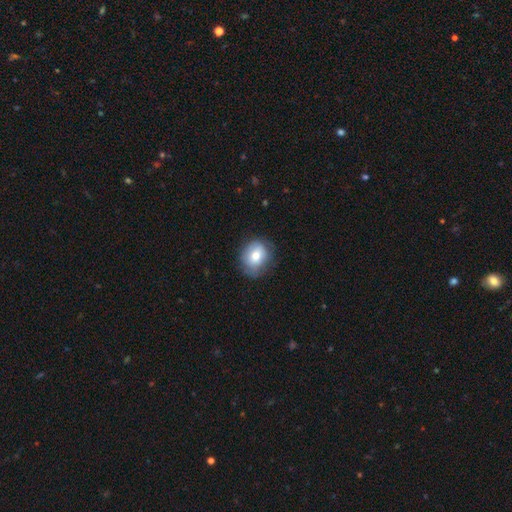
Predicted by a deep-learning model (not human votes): A smooth galaxy with no disk features (74%) that is round (59%).

Vote fractions:
- Smooth or featured? smooth: 74% / featured or disk: 17% / star or artifact: 9%
- How rounded? round: 59% / in between: 40% / cigar-shaped: 1%
- Merging? none: 75% / minor disturbance: 19% / major disturbance: 5% / merger: 1%